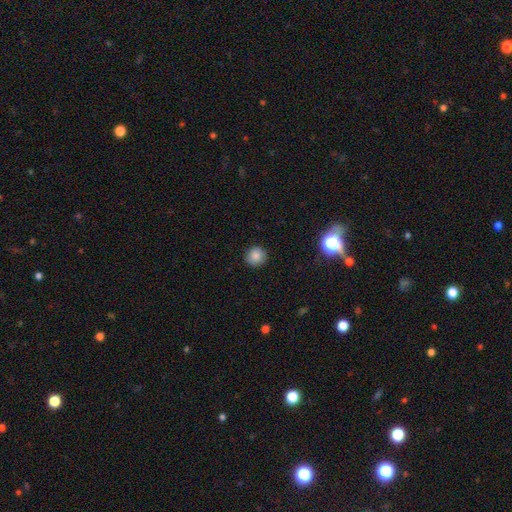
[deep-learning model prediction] Smooth or featured? Predicted: smooth (p=0.85). How rounded? Predicted: round (p=0.93). Merging? Predicted: none (p=0.90).